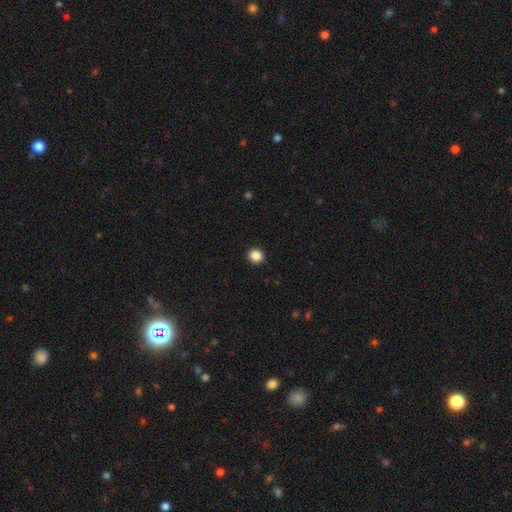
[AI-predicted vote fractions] The model was most divided on "how rounded": round: 87%, in between: 12%, cigar-shaped: 1%. More confident: merging — none (93%); smooth or featured — smooth (87%).